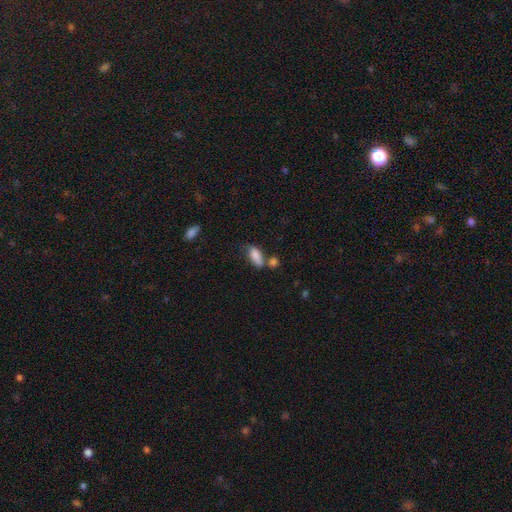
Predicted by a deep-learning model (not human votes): Morphology: type=smooth (83%); roundness=in between (84%); merging=none (40%).